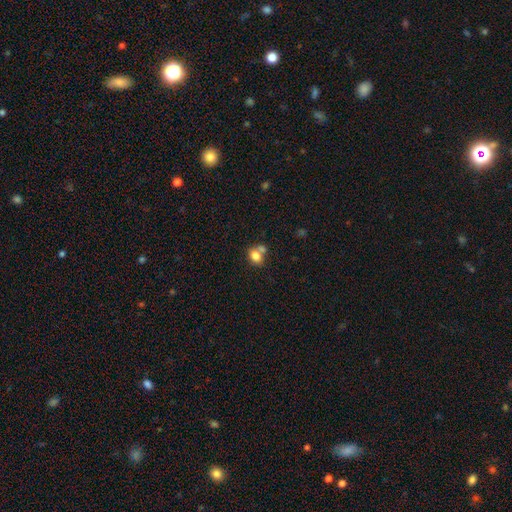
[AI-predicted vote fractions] Smooth or featured: smooth — 80% (star or artifact — 10%)
How rounded: in between — 55% (round — 44%)
Merging: none — 44% (merger — 41%)